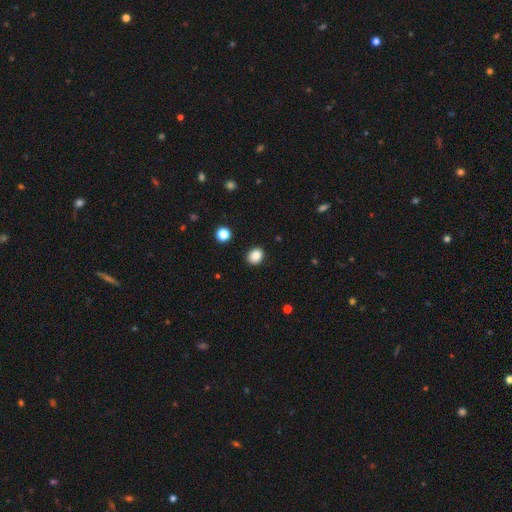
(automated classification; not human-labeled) smooth-or-featured: smooth: 87% | star or artifact: 10% | featured or disk: 3%
  how-rounded: round: 54% | in between: 45% | cigar-shaped: 1%
  merging: none: 89% | minor disturbance: 7% | major disturbance: 2% | merger: 1%